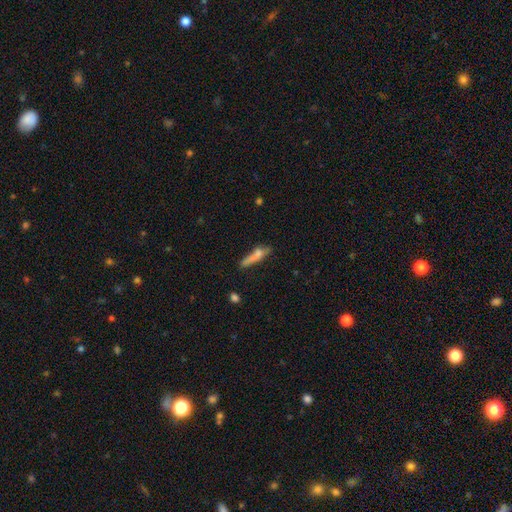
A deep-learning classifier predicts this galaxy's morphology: type=smooth (66%); roundness=cigar-shaped (79%); merging=none (46%).